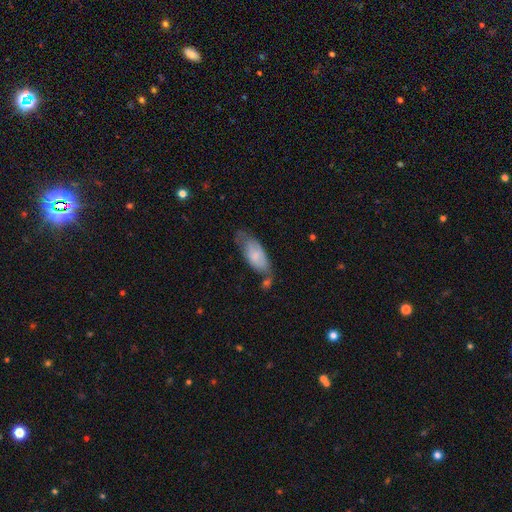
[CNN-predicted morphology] The model was most divided on "merging": none: 40%, minor disturbance: 33%, major disturbance: 14%, merger: 13%. More confident: how rounded — in between (81%); smooth or featured — smooth (68%).